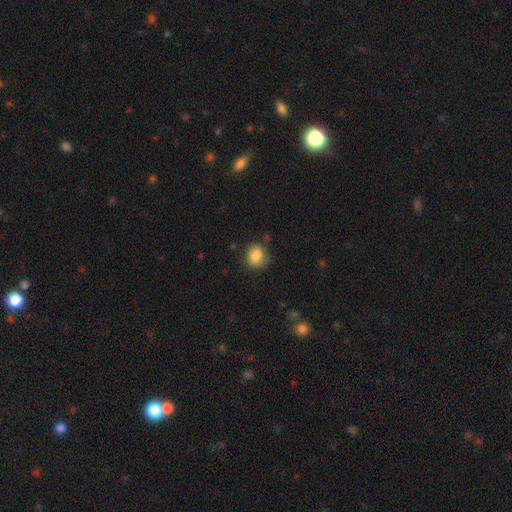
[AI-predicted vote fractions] Smooth or featured? Predicted: smooth (p=0.85). How rounded? Predicted: round (p=0.68). Merging? Predicted: none (p=0.72).